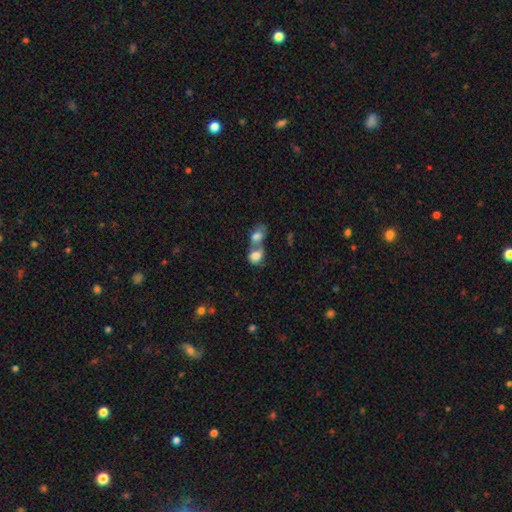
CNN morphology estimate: The model was most divided on "how rounded": in between: 53%, round: 45%, cigar-shaped: 2%. More confident: merging — merger (76%); smooth or featured — smooth (75%).